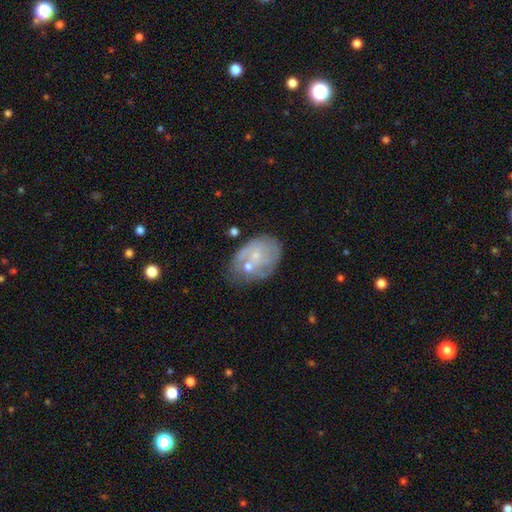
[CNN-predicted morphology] This is possibly a featured or disk galaxy (55%). It is clearly not viewed edge-on (97%). Bar: clearly no (83%). Spiral arm pattern: possibly no (54%). Central bulge: likely small (70%). Merging: possibly none (48%).